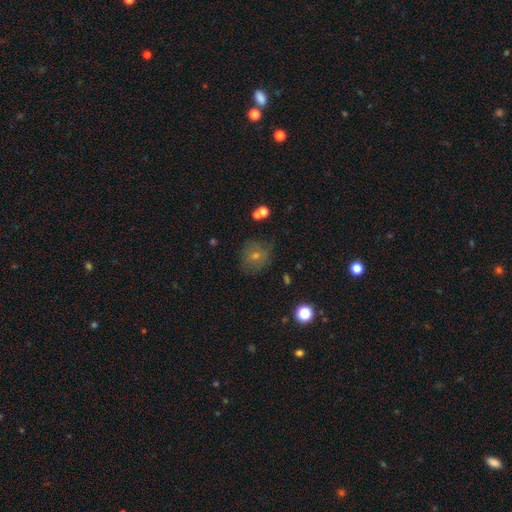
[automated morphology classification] Smooth or featured?
  - smooth: 51% *
  - star or artifact: 25%
  - featured or disk: 24%
How rounded?
  - round: 85% *
  - in between: 14%
  - cigar-shaped: 1%
Merging?
  - none: 78% *
  - minor disturbance: 14%
  - major disturbance: 5%
  - merger: 2%